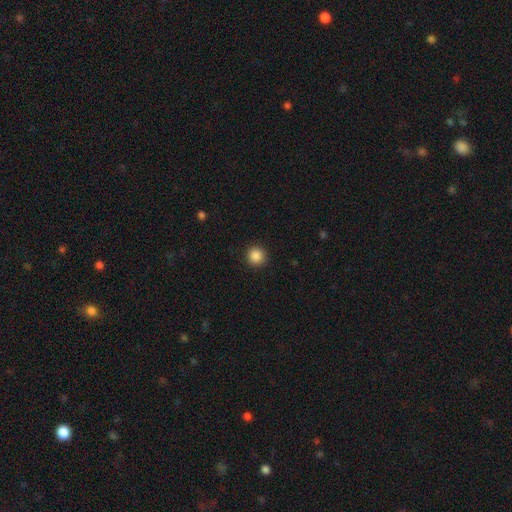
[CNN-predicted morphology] smooth-or-featured: smooth: 87% | star or artifact: 10% | featured or disk: 3%
  how-rounded: round: 95% | in between: 4% | cigar-shaped: 1%
  merging: none: 92% | minor disturbance: 5% | major disturbance: 2% | merger: 1%